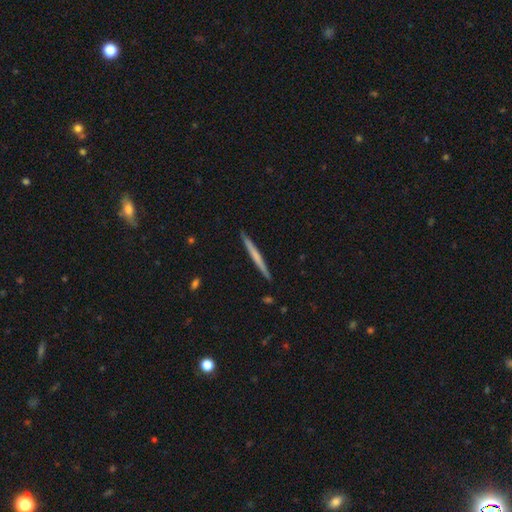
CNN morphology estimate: The model was most divided on "smooth or featured": smooth: 51%, featured or disk: 44%, star or artifact: 5%. More confident: how rounded — cigar-shaped (97%); merging — none (92%).